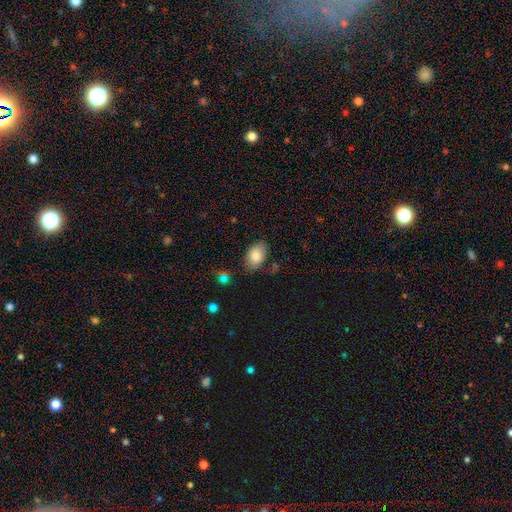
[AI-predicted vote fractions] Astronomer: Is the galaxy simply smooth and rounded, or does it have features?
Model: smooth — 83%.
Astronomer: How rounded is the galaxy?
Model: in between — 87%.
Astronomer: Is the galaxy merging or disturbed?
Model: none — 71%.